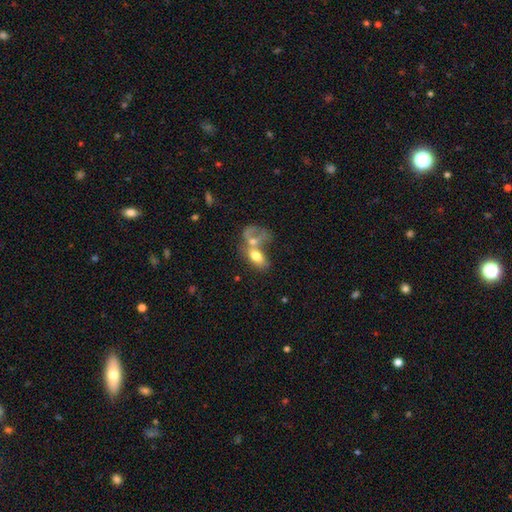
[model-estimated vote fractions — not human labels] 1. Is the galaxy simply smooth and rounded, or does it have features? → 67% smooth, 25% featured or disk, 8% star or artifact.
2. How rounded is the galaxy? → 86% in between, 9% round, 6% cigar-shaped.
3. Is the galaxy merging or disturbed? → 65% merger, 16% none, 11% major disturbance, 8% minor disturbance.